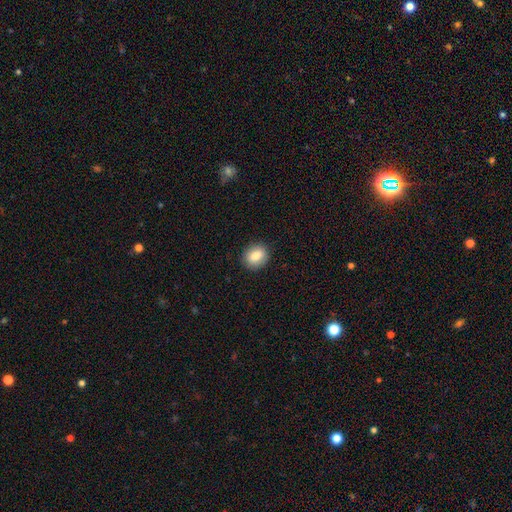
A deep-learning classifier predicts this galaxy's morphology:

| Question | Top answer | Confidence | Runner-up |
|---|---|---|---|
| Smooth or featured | smooth | 84% | featured or disk (8%) |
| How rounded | round | 57% | in between (42%) |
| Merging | none | 88% | minor disturbance (9%) |